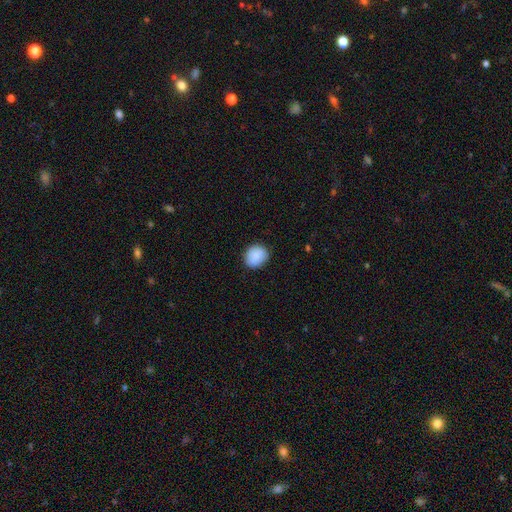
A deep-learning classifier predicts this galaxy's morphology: This is clearly a smooth galaxy (89%). How rounded: likely round (71%). Merging: clearly none (84%).